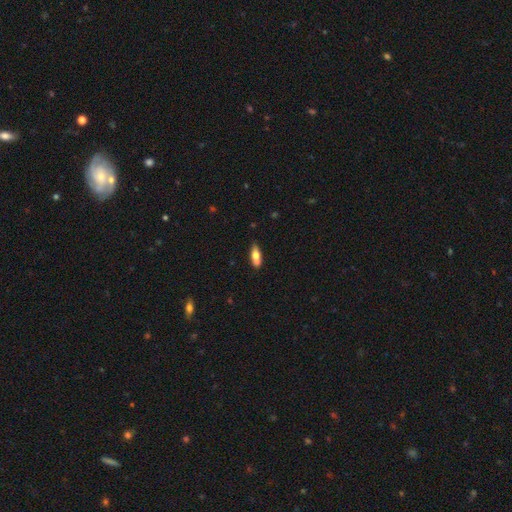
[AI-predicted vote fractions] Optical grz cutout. It shows a smooth galaxy with no disk features (61%) that is in between round and cigar-shaped (63%). Merging: none (54%).